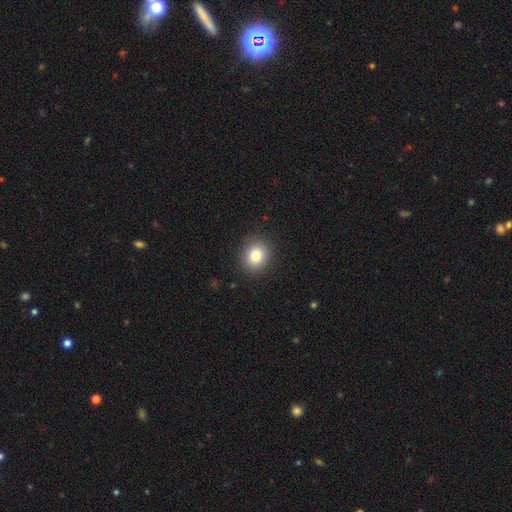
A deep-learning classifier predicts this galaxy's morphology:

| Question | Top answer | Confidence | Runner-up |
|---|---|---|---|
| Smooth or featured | smooth | 82% | star or artifact (10%) |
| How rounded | round | 76% | in between (23%) |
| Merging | none | 90% | minor disturbance (7%) |